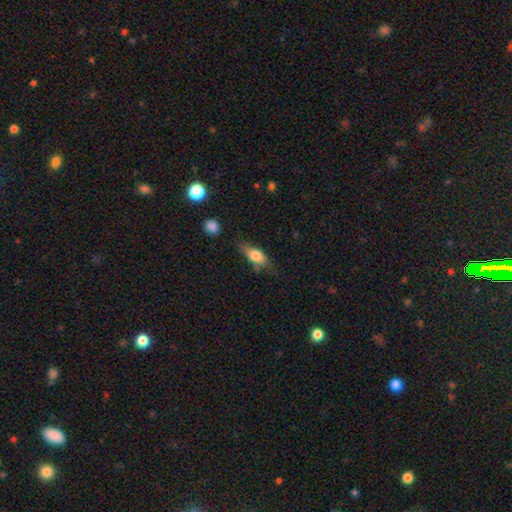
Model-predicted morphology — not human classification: Overall: smooth (73%). How rounded: in between (76%). Merging: none (57%; minor disturbance 30%).